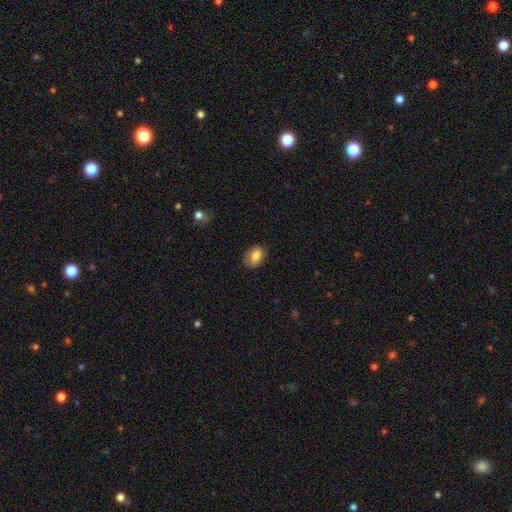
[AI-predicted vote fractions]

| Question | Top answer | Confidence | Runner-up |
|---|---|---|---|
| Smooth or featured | smooth | 82% | featured or disk (10%) |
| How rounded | in between | 87% | round (11%) |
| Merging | none | 77% | minor disturbance (17%) |